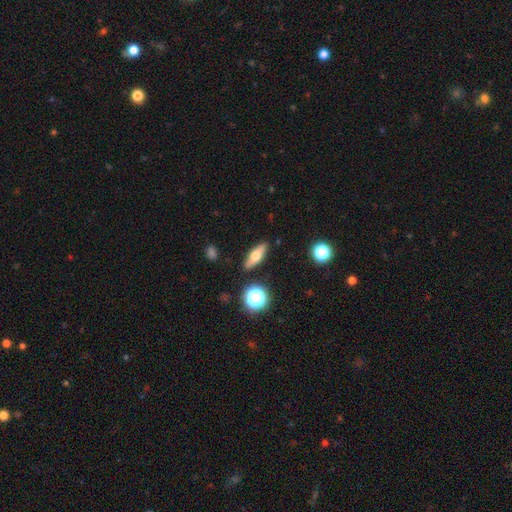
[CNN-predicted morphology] A smooth galaxy with no disk features (56%) that is in between round and cigar-shaped (48%).

Vote fractions:
- Smooth or featured? smooth: 56% / featured or disk: 35% / star or artifact: 9%
- How rounded? in between: 48% / cigar-shaped: 45% / round: 7%
- Merging? none: 87% / minor disturbance: 8% / merger: 2% / major disturbance: 2%